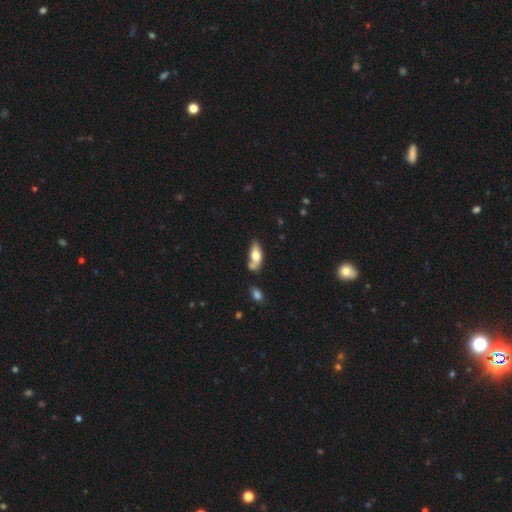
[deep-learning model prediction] This is likely a smooth galaxy (66%). How rounded: clearly in between (82%). Merging: possibly none (47%).